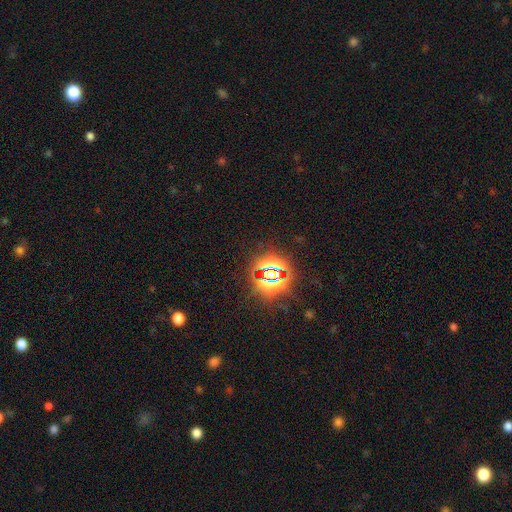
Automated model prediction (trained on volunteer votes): This appears to be a star or artifact, not a galaxy (83%).